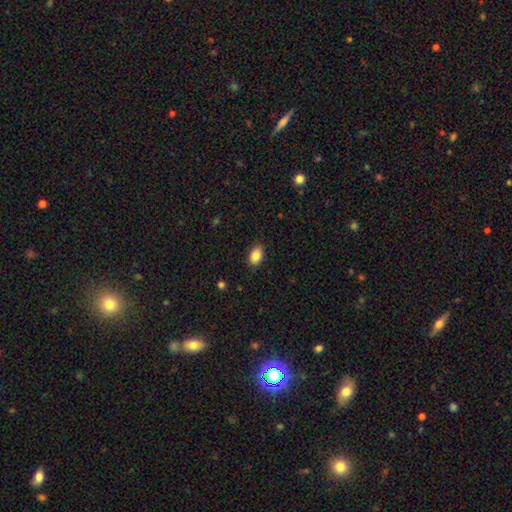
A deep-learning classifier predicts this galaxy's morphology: Smooth or featured? Predicted: smooth (p=0.87). How rounded? Predicted: in between (p=0.84). Merging? Predicted: none (p=0.86).